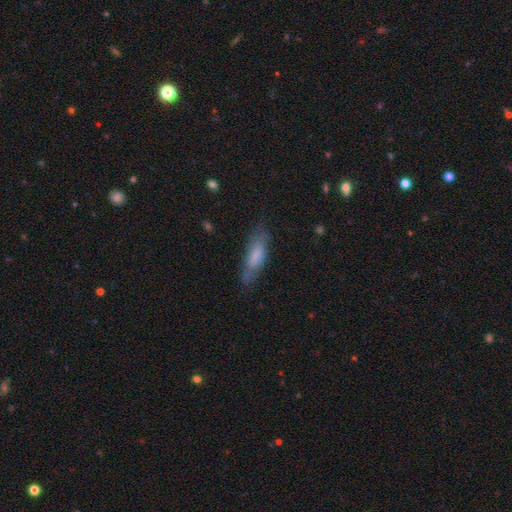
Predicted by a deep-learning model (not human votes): Smooth or featured: smooth — 64% (featured or disk — 29%)
How rounded: in between — 52% (cigar-shaped — 46%)
Merging: none — 67% (minor disturbance — 23%)